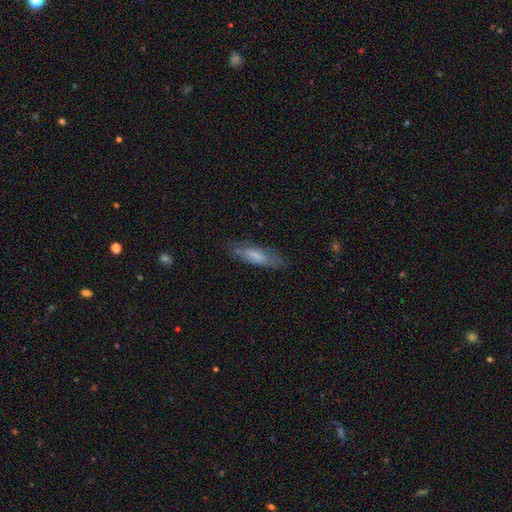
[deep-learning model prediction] Smooth or featured? smooth (60%)
How rounded? cigar-shaped (53%)
Merging? none (70%)